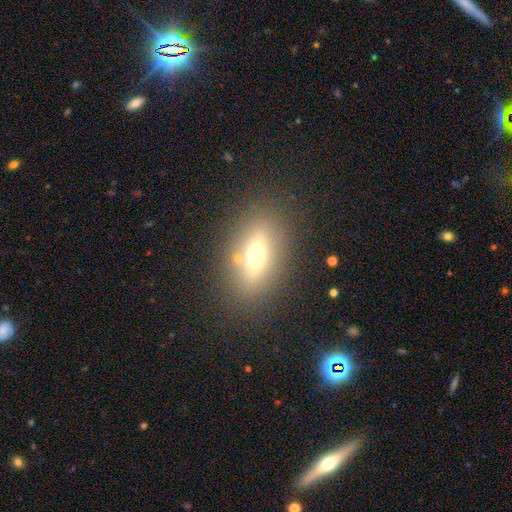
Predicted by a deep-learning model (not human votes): Smooth or featured?
  - smooth: 48% *
  - featured or disk: 39%
  - star or artifact: 13%
Merging?
  - none: 81% *
  - minor disturbance: 10%
  - major disturbance: 5%
  - merger: 4%